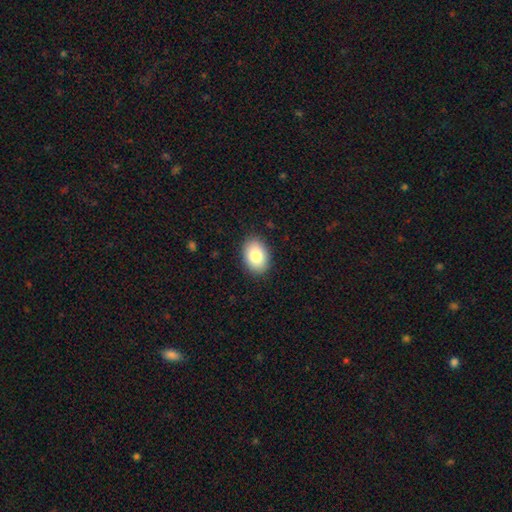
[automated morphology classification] Smooth or featured? smooth (85%)
How rounded? in between (80%)
Merging? none (89%)